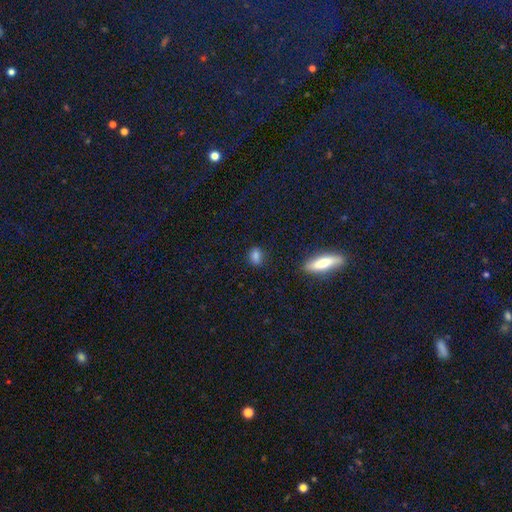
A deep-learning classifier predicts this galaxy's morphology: type=smooth (80%); roundness=in between (60%); merging=none (79%).